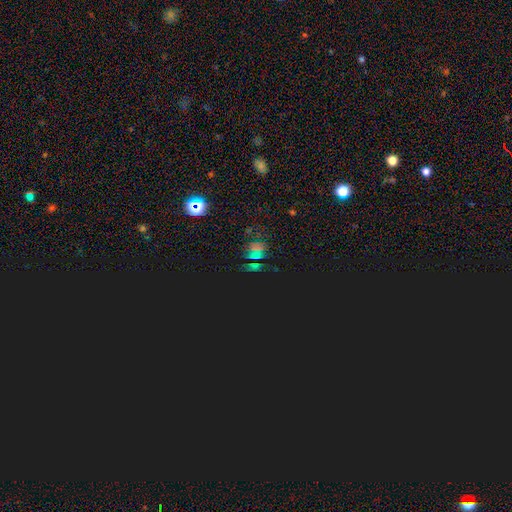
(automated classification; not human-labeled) This appears to be a star or artifact, not a galaxy (72%).